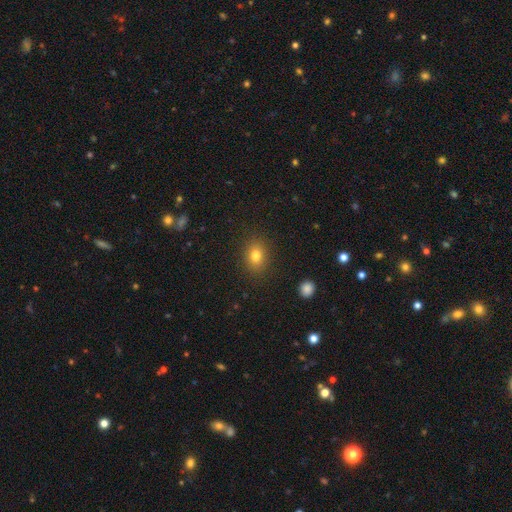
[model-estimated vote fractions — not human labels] Smooth or featured? Predicted: smooth (p=0.80). How rounded? Predicted: in between (p=0.62). Merging? Predicted: none (p=0.87).